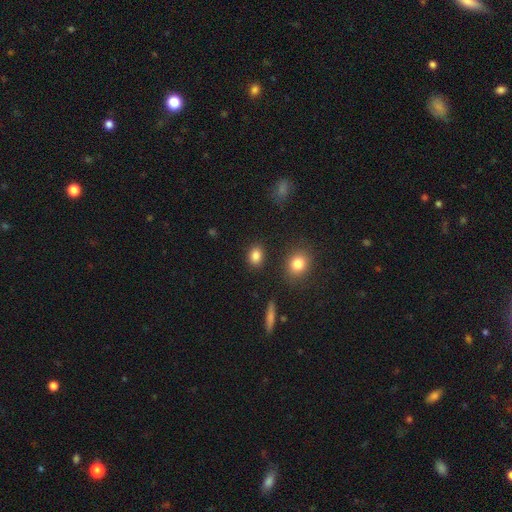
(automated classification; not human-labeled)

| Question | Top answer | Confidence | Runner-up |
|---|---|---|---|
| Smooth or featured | smooth | 85% | star or artifact (10%) |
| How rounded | in between | 60% | round (39%) |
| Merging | none | 86% | minor disturbance (8%) |